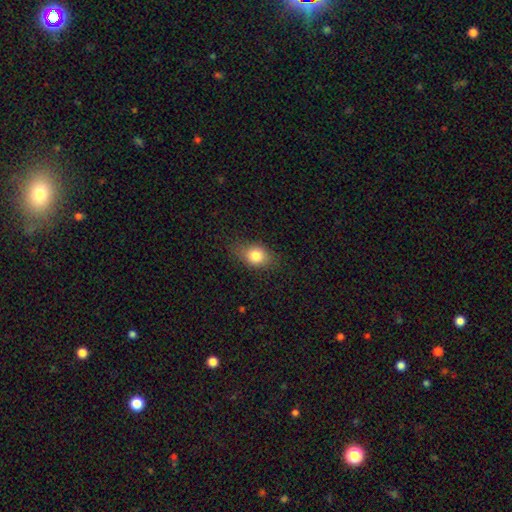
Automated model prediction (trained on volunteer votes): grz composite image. It shows a smooth galaxy with no disk features (80%) that is in between round and cigar-shaped (67%). Merging: none (77%).